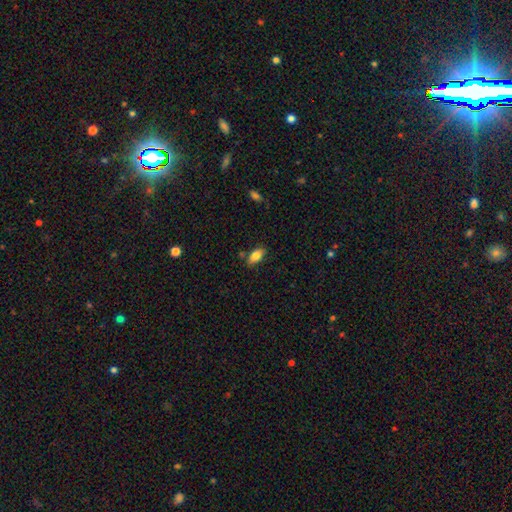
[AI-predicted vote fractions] Smooth or featured: smooth — 82% (featured or disk — 10%)
How rounded: in between — 90% (cigar-shaped — 7%)
Merging: none — 79% (minor disturbance — 14%)